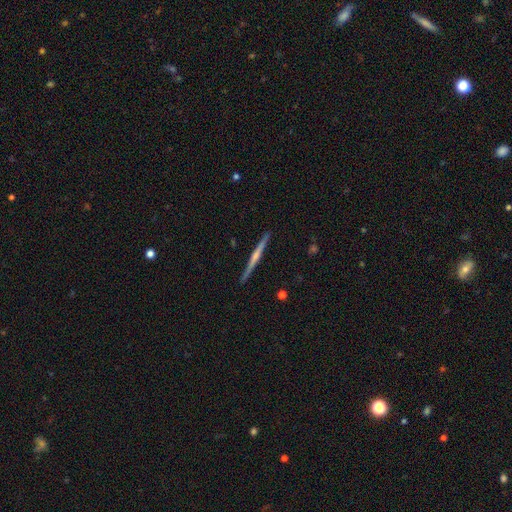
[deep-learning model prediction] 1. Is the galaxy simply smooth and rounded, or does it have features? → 71% featured or disk, 21% smooth, 9% star or artifact.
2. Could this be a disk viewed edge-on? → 97% yes, 3% no.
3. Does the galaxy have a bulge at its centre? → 60% rounded, 30% none, 9% boxy.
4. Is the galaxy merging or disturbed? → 90% none, 7% minor disturbance, 2% major disturbance, 2% merger.